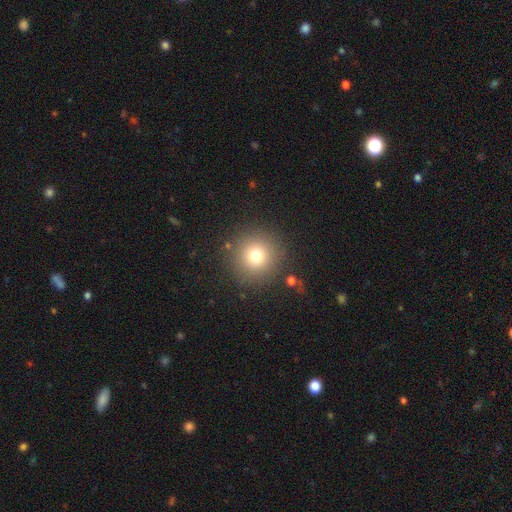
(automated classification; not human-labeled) A smooth galaxy with no disk features (75%) that is round (95%).

Vote fractions:
- Smooth or featured? smooth: 75% / star or artifact: 15% / featured or disk: 10%
- How rounded? round: 95% / in between: 4% / cigar-shaped: 1%
- Merging? none: 88% / minor disturbance: 7% / major disturbance: 3% / merger: 2%